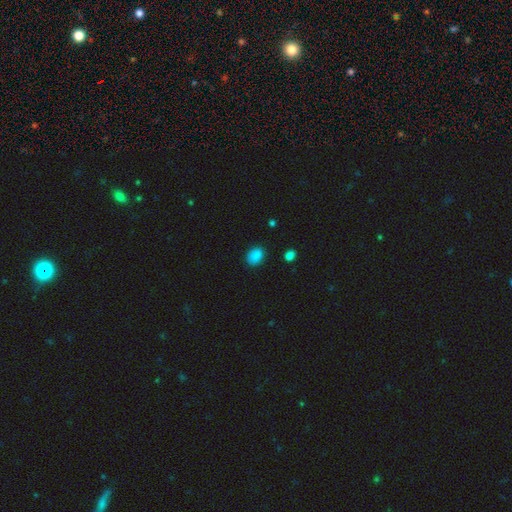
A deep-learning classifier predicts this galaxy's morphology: type=smooth (86%); roundness=in between (63%); merging=none (86%).